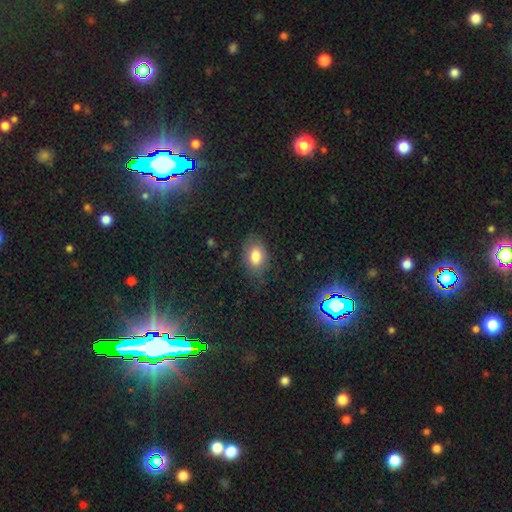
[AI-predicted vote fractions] A smooth galaxy with no disk features (80%) that is in between round and cigar-shaped (83%).

Vote fractions:
- Smooth or featured? smooth: 80% / featured or disk: 10% / star or artifact: 10%
- How rounded? in between: 83% / round: 15% / cigar-shaped: 2%
- Merging? none: 74% / minor disturbance: 18% / major disturbance: 6% / merger: 1%